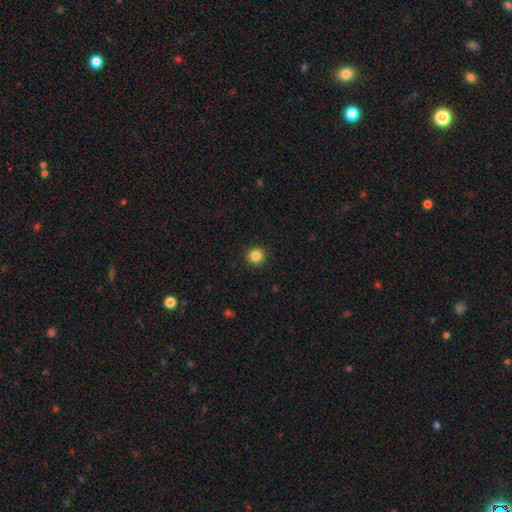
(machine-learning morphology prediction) Q: Smooth or featured?
A: smooth (85%); runner-up: star or artifact (11%)
Q: How rounded?
A: round (94%); runner-up: in between (5%)
Q: Merging?
A: none (93%); runner-up: minor disturbance (5%)